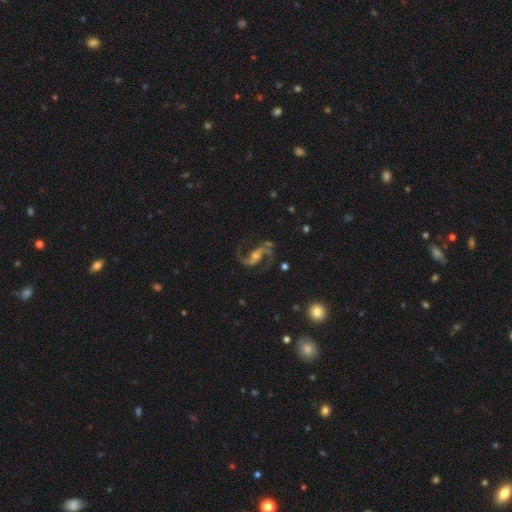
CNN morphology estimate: smooth-or-featured: featured or disk: 89% | star or artifact: 7% | smooth: 4%
  disk-edge-on: no: 97% | yes: 3%
    bar: weak: 39% | no: 34% | strong: 28%
    has-spiral-arms: yes: 97% | no: 3%
      spiral-winding: loose: 59% | medium: 35% | tight: 6%
      spiral-arm-count: 2: 93% | can't tell: 2% | 1: 2% | 3: 2% | 4: 1% | more than 4: 1%
    bulge-size: moderate: 51% | small: 38% | large: 6% | none: 4% | dominant: 1%
  merging: none: 72% | minor disturbance: 14% | major disturbance: 12% | merger: 3%